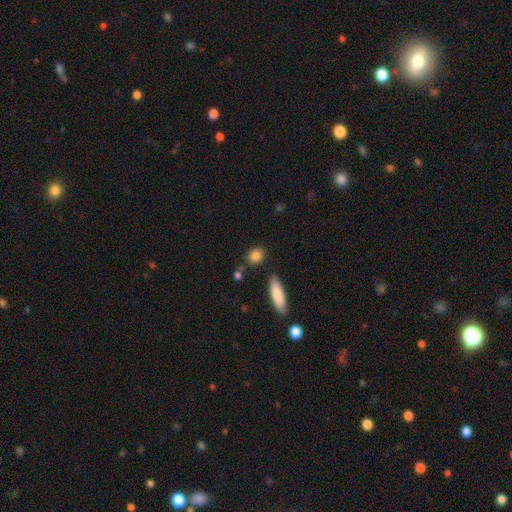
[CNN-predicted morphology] This is clearly a smooth galaxy (87%). How rounded: possibly round (59%). Merging: likely none (79%).